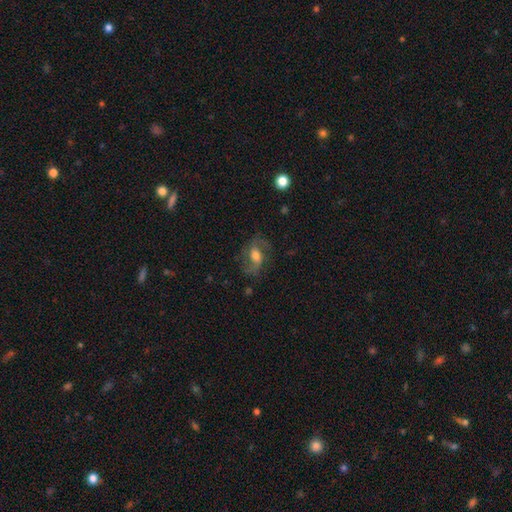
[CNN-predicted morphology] A featured or disk galaxy (72%) with a weak bar (47%), 2 (87%) loose (45%) spiral arms (91%) and a moderate central bulge (58%). Merging: none (68%).